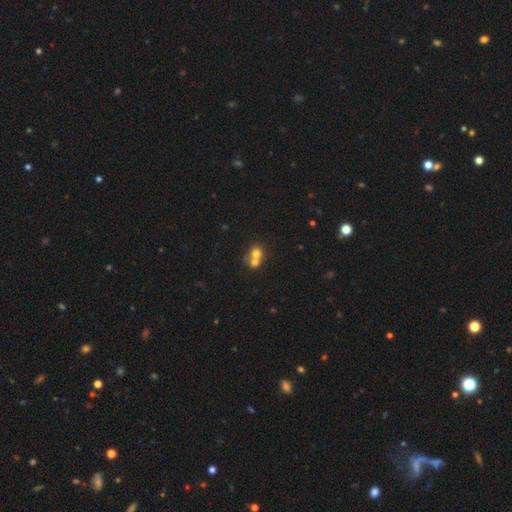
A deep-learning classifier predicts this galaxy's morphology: smooth 67%, featured or disk 21%, star or artifact 12%. Down the decision tree: how rounded — round (74%); merging — merger (66%).